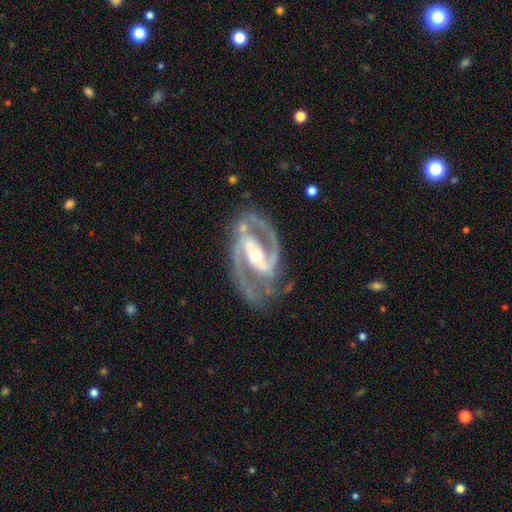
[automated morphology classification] Smooth or featured: featured or disk — 94% (star or artifact — 4%)
Edge-on disk: no — 98% (yes — 2%)
Bar: strong — 52% (weak — 32%)
Spiral arms: yes — 99% (no — 1%)
Spiral winding: medium — 64% (tight — 26%)
Spiral arm count: 2 — 91% (3 — 4%)
Bulge size: moderate — 69% (small — 25%)
Merging: none — 71% (minor disturbance — 19%)